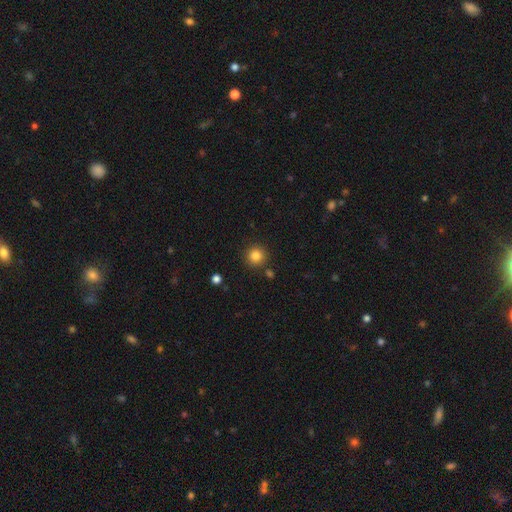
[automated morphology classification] Smooth or featured?
  - smooth: 84% *
  - star or artifact: 11%
  - featured or disk: 5%
How rounded?
  - round: 93% *
  - in between: 6%
  - cigar-shaped: 1%
Merging?
  - none: 88% *
  - minor disturbance: 7%
  - merger: 3%
  - major disturbance: 2%